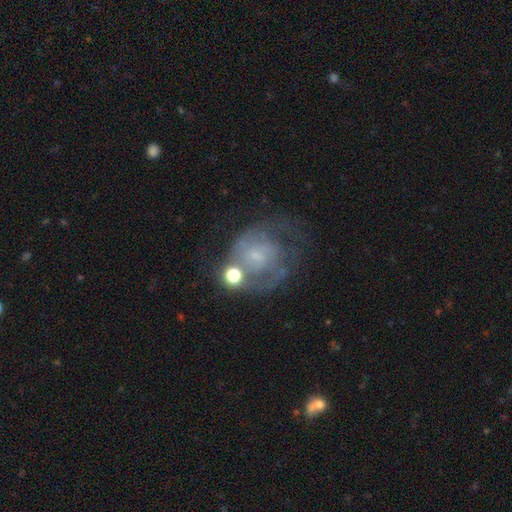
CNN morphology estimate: Overall: featured or disk (67%). Edge-on disk: no (98%). Bar: no (67%; weak 28%). Spiral arms: yes (79%). Spiral arm count: 2 (41%; can't tell 36%). Spiral winding: tight (41%; medium 40%). Bulge size: small (59%; none 19%). Merging: none (46%; major disturbance 24%).